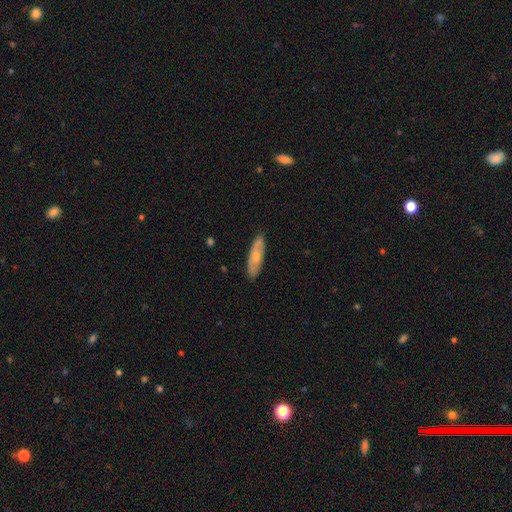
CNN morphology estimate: smooth 58%, featured or disk 36%, star or artifact 6%. Down the decision tree: how rounded — cigar-shaped (61%); merging — none (82%).